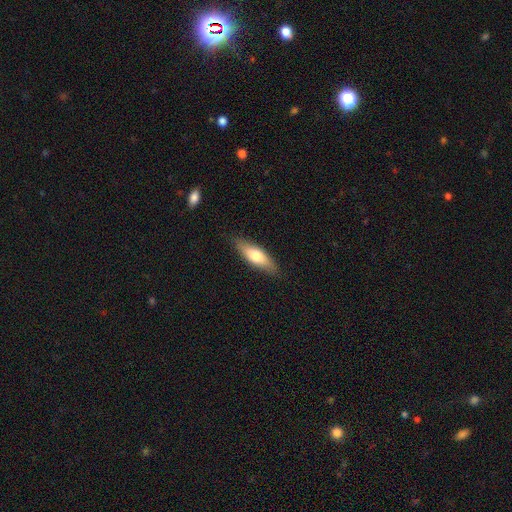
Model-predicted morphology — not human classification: A smooth galaxy with no disk features (67%) that is in between round and cigar-shaped (56%).

Vote fractions:
- Smooth or featured? smooth: 67% / featured or disk: 27% / star or artifact: 6%
- How rounded? in between: 56% / cigar-shaped: 42% / round: 2%
- Merging? none: 85% / minor disturbance: 11% / major disturbance: 2% / merger: 1%